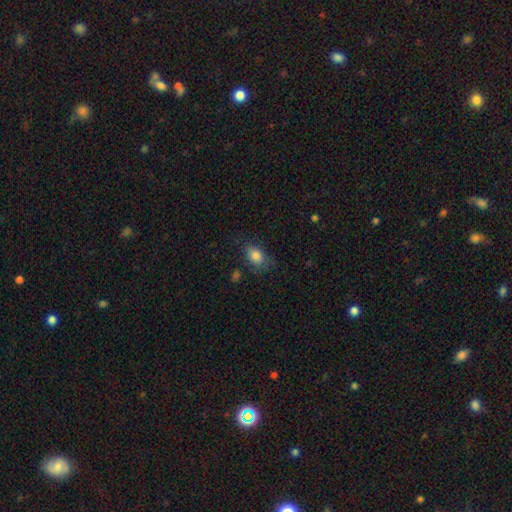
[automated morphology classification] This is clearly a smooth galaxy (83%). How rounded: likely in between (77%). Merging: likely none (69%).